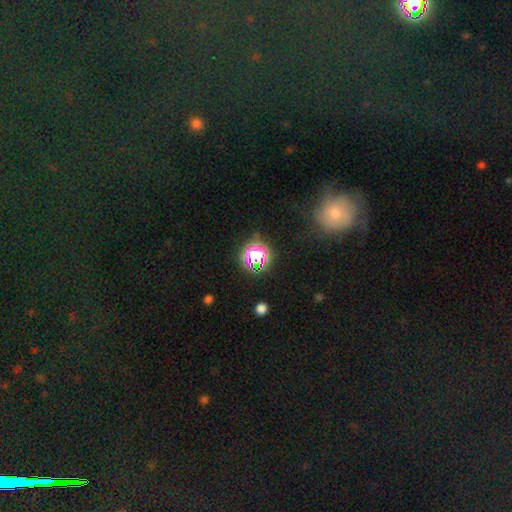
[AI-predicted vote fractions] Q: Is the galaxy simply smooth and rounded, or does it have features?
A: star or artifact — 61%.